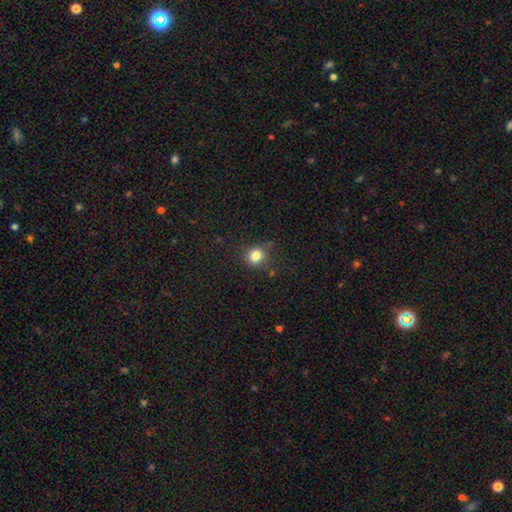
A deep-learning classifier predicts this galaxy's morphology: Smooth or featured? Predicted: smooth (p=0.82). How rounded? Predicted: round (p=0.83). Merging? Predicted: none (p=0.79).